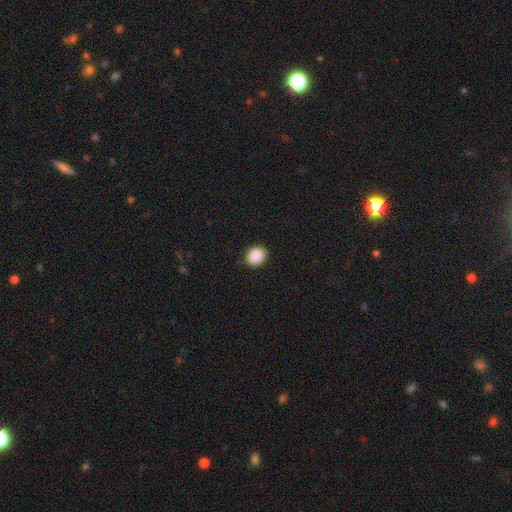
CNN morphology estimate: Smooth or featured: smooth — 90% (star or artifact — 8%)
How rounded: round — 68% (in between — 31%)
Merging: none — 90% (minor disturbance — 7%)